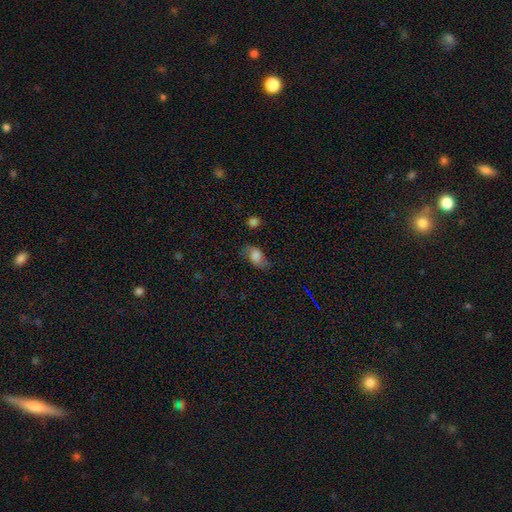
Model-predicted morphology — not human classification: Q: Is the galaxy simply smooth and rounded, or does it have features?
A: smooth — 66%.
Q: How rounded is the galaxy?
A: in between — 86%.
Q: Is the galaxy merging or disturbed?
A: none — 62%.